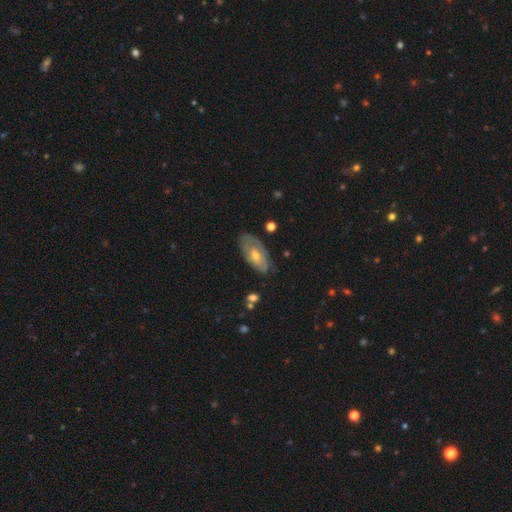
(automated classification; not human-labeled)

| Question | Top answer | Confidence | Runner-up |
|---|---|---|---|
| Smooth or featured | featured or disk | 63% | smooth (30%) |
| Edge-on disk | no | 89% | yes (11%) |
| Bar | no | 71% | weak (24%) |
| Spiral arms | yes | 60% | no (40%) |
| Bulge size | moderate | 55% | small (40%) |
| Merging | none | 72% | minor disturbance (20%) |